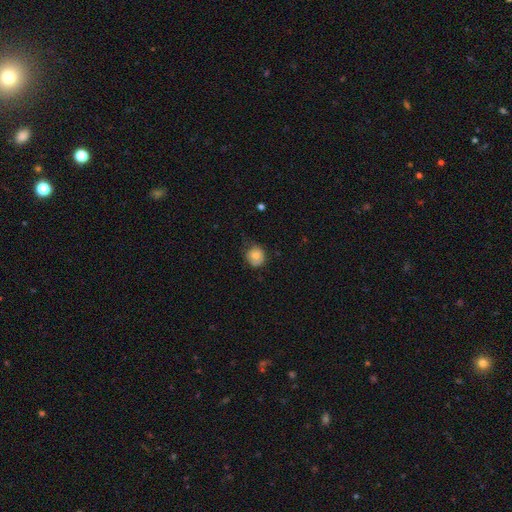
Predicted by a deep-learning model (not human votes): Smooth or featured: smooth — 79% (featured or disk — 13%)
How rounded: round — 75% (in between — 24%)
Merging: none — 58% (minor disturbance — 32%)